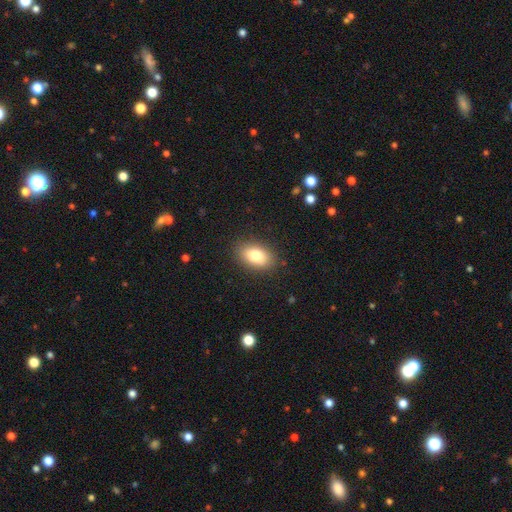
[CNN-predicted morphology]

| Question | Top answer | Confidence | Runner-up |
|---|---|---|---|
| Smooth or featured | smooth | 81% | featured or disk (11%) |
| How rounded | in between | 88% | round (10%) |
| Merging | none | 87% | minor disturbance (10%) |